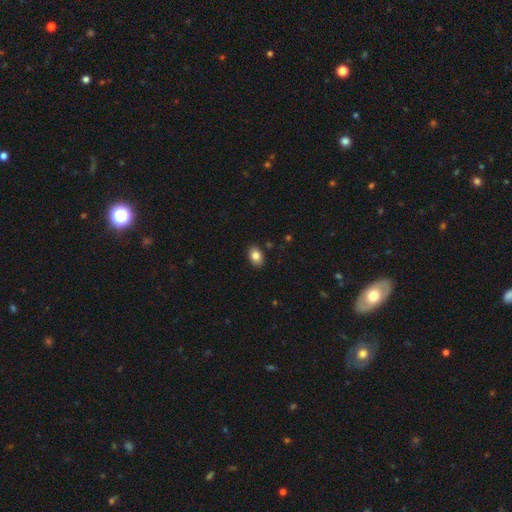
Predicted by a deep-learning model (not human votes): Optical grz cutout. It shows a smooth galaxy with no disk features (84%) that is in between round and cigar-shaped (81%). Merging: none (89%).